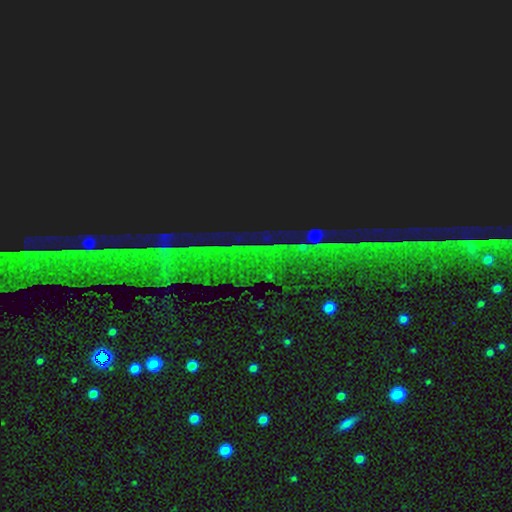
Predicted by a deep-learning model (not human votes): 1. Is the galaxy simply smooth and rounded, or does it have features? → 87% star or artifact, 7% featured or disk, 6% smooth.